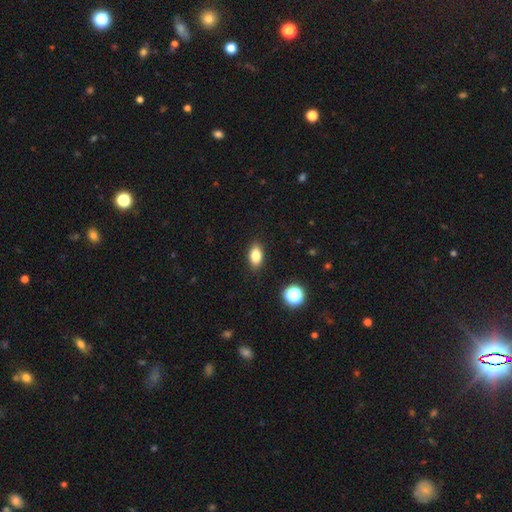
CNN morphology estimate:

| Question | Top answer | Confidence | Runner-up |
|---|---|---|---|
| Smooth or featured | smooth | 81% | star or artifact (10%) |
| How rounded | in between | 87% | round (9%) |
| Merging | none | 88% | minor disturbance (9%) |